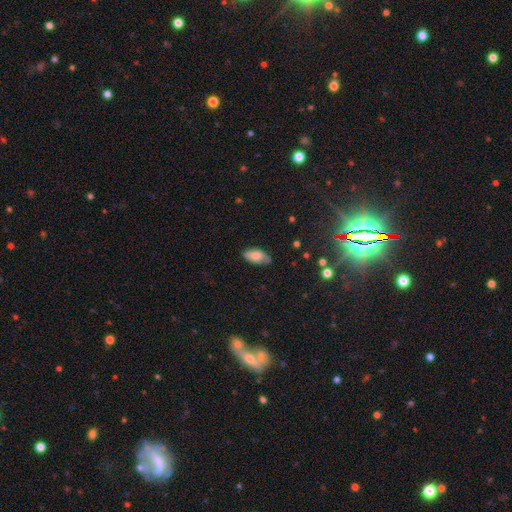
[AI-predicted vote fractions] A smooth galaxy with no disk features (73%) that is in between round and cigar-shaped (92%). Merging: none (72%).